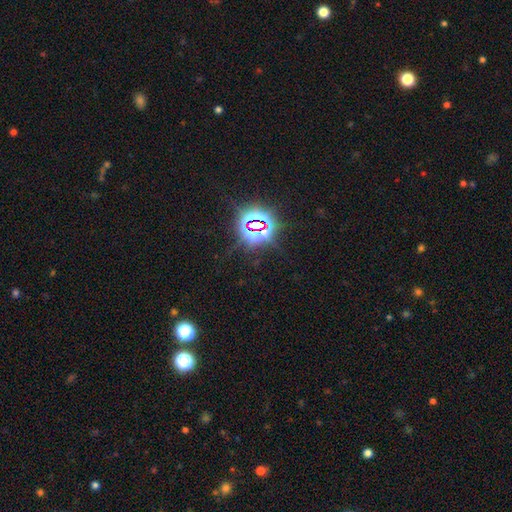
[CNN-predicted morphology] This is clearly a star or artifact rather than a galaxy (83%).